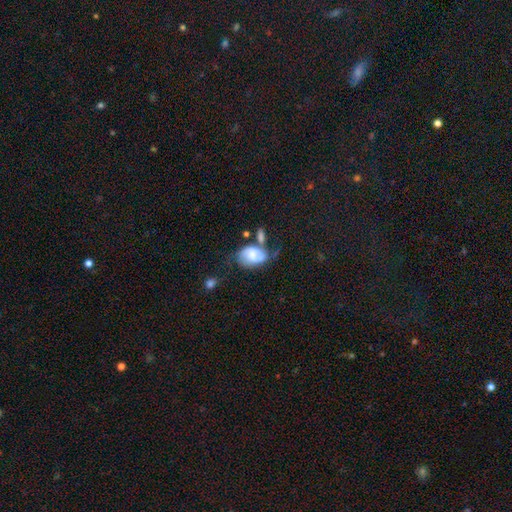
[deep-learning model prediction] Morphology: type=featured or disk (46%); merging=none (35%).